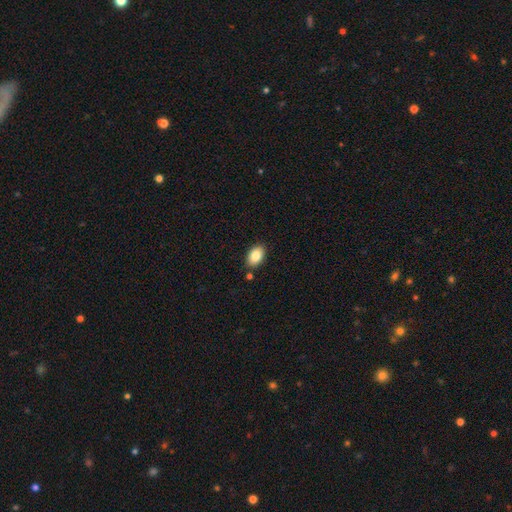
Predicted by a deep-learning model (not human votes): Q: Smooth or featured?
A: smooth (85%); runner-up: featured or disk (8%)
Q: How rounded?
A: in between (90%); runner-up: round (8%)
Q: Merging?
A: none (84%); runner-up: minor disturbance (10%)